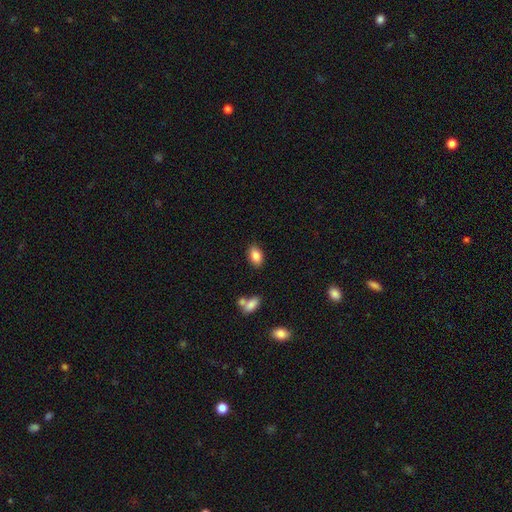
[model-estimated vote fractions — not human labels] Smooth or featured?
  - smooth: 85% *
  - star or artifact: 8%
  - featured or disk: 7%
How rounded?
  - in between: 89% *
  - round: 9%
  - cigar-shaped: 2%
Merging?
  - none: 84% *
  - minor disturbance: 11%
  - merger: 3%
  - major disturbance: 3%